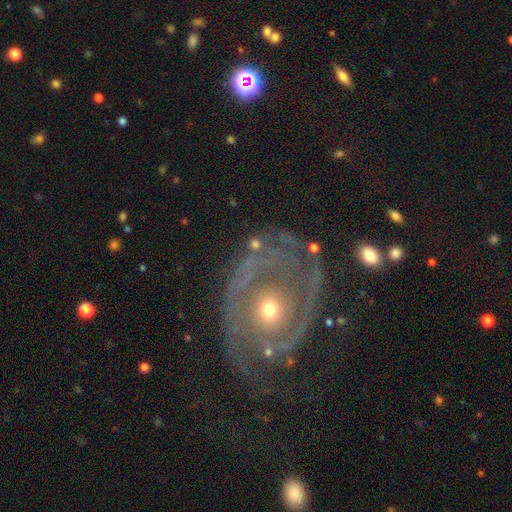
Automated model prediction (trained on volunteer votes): smooth-or-featured: featured or disk: 84% | smooth: 8% | star or artifact: 8%
  disk-edge-on: no: 96% | yes: 4%
    bar: no: 82% | weak: 13% | strong: 5%
    has-spiral-arms: yes: 87% | no: 13%
      spiral-winding: tight: 60% | medium: 30% | loose: 10%
      spiral-arm-count: 2: 45% | can't tell: 24% | 3: 12% | 1: 8% | 4: 6% | more than 4: 5%
    bulge-size: moderate: 48% | small: 47% | large: 3% | none: 1% | dominant: 1%
  merging: none: 64% | minor disturbance: 18% | major disturbance: 14% | merger: 3%